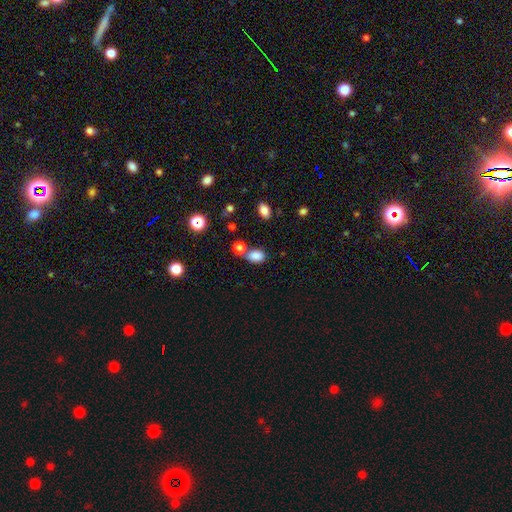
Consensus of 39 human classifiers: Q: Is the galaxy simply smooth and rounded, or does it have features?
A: smooth — 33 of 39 (85%).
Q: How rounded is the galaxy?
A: in between — 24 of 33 (73%).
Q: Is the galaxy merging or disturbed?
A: none — 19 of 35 (54%).